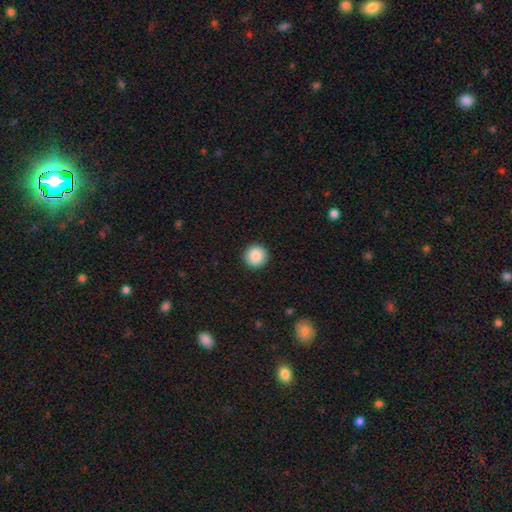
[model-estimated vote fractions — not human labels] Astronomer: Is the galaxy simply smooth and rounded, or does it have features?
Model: smooth — 87%.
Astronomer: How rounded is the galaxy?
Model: round — 95%.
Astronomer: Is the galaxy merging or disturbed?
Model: none — 93%.